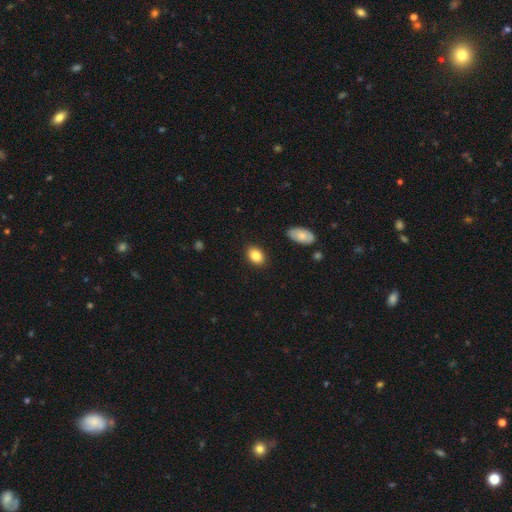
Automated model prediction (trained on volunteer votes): Morphology: type=smooth (85%); roundness=in between (78%); merging=none (88%).